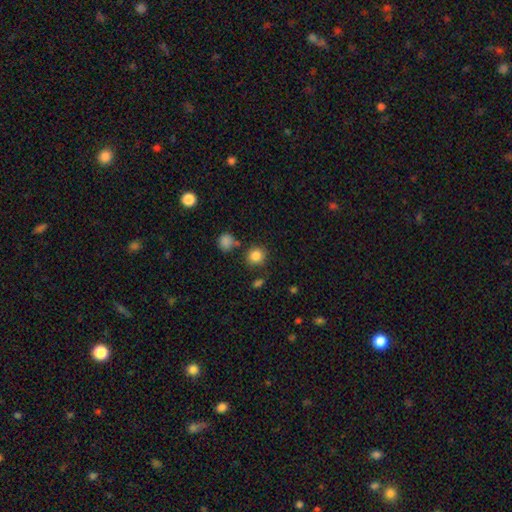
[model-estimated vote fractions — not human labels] Overall: smooth (85%). How rounded: round (84%). Merging: none (79%).